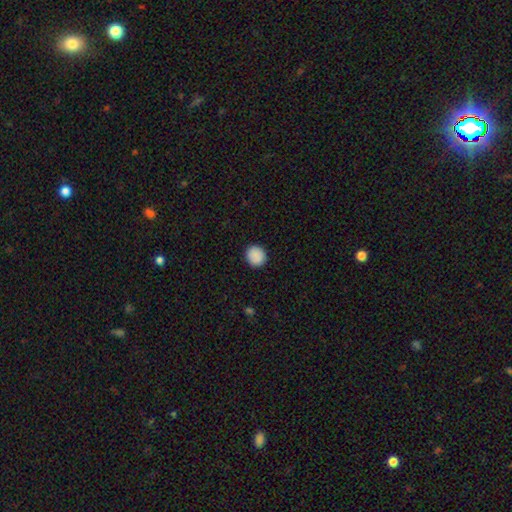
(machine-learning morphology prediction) A smooth galaxy with no disk features (89%) that is round (89%).

Vote fractions:
- Smooth or featured? smooth: 89% / star or artifact: 8% / featured or disk: 3%
- How rounded? round: 89% / in between: 10% / cigar-shaped: 1%
- Merging? none: 91% / minor disturbance: 7% / major disturbance: 2% / merger: 1%